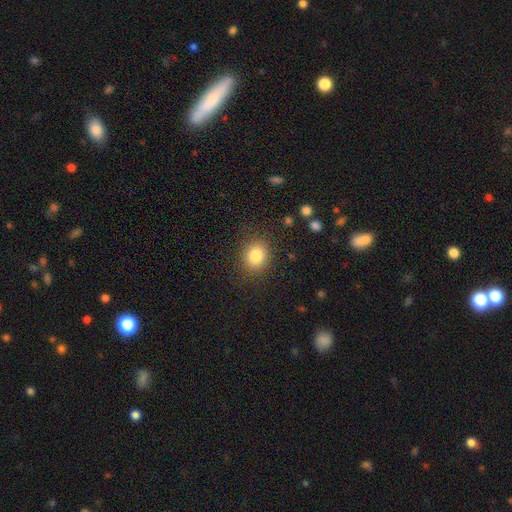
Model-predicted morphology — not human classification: A smooth galaxy with no disk features (83%) that is round (69%). Merging: none (85%).